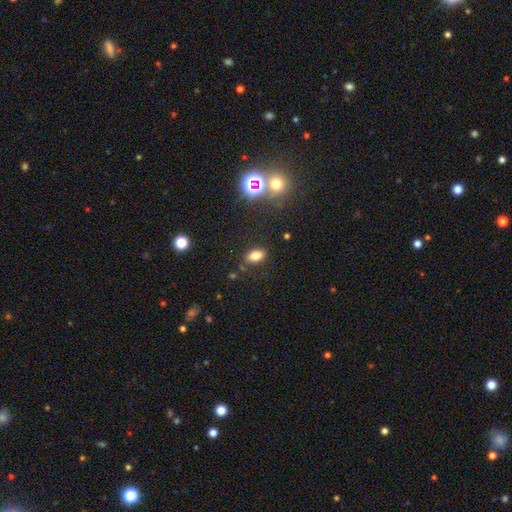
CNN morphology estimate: Q: Smooth or featured?
A: smooth (77%); runner-up: star or artifact (14%)
Q: How rounded?
A: in between (87%); runner-up: round (10%)
Q: Merging?
A: none (82%); runner-up: minor disturbance (11%)